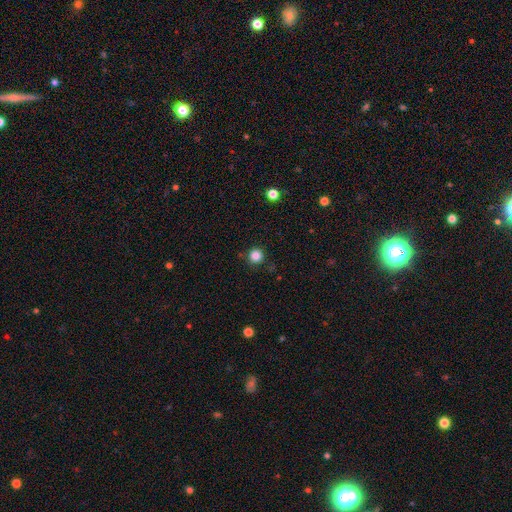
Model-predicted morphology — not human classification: Smooth or featured?
  - smooth: 85% *
  - star or artifact: 12%
  - featured or disk: 3%
How rounded?
  - round: 95% *
  - in between: 4%
  - cigar-shaped: 1%
Merging?
  - none: 89% *
  - minor disturbance: 7%
  - major disturbance: 2%
  - merger: 2%